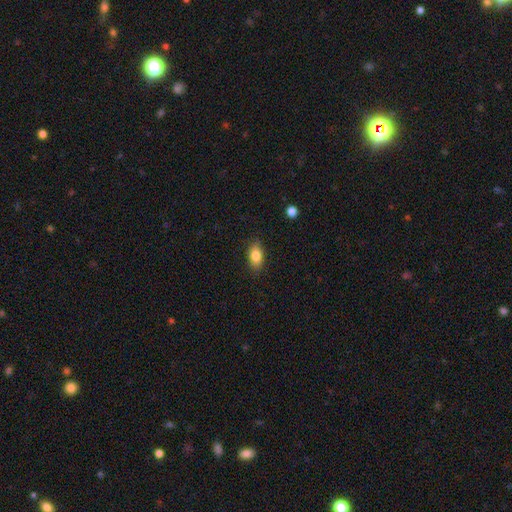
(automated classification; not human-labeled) smooth_or_featured: smooth (p=0.84) [alt: featured or disk p=0.08]
how_rounded: in between (p=0.89) [alt: round p=0.08]
merging: none (p=0.86) [alt: minor disturbance p=0.10]